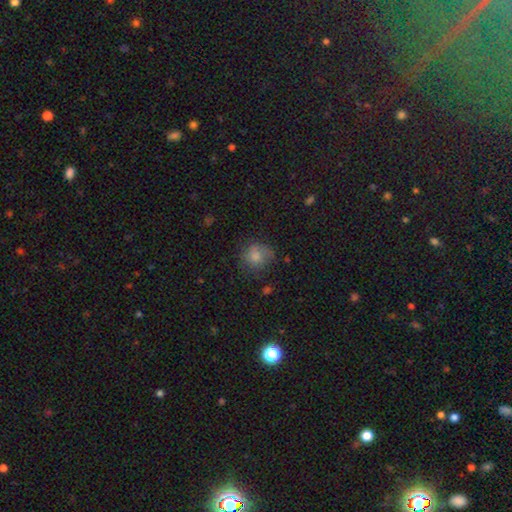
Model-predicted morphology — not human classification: Smooth or featured: smooth — 77% (featured or disk — 12%)
How rounded: round — 81% (in between — 18%)
Merging: none — 60% (minor disturbance — 26%)